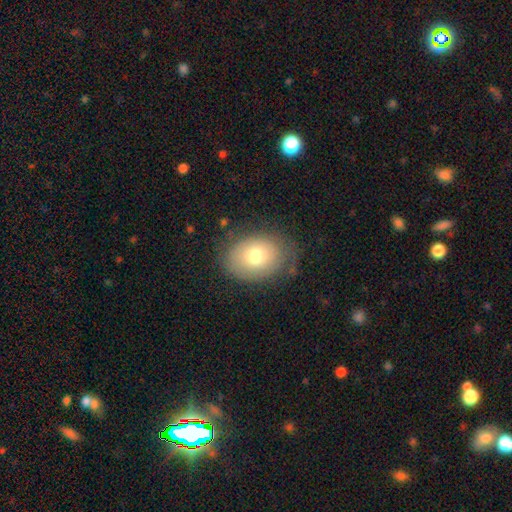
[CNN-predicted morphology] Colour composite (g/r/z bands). It shows a smooth galaxy with no disk features (71%) that is in between round and cigar-shaped (63%). Merging: none (72%).